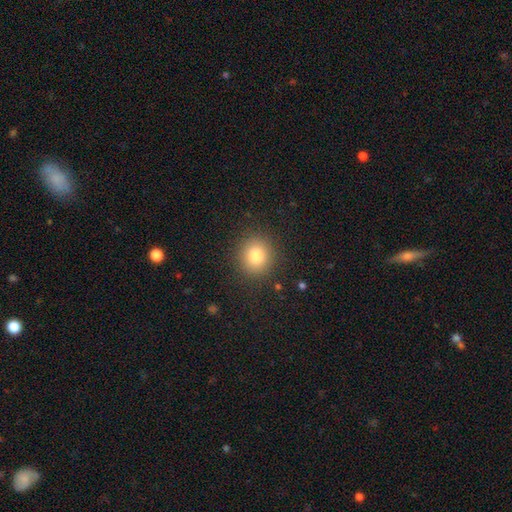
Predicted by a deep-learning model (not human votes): smooth-or-featured: smooth: 82% | star or artifact: 11% | featured or disk: 7%
  how-rounded: round: 84% | in between: 15% | cigar-shaped: 1%
  merging: none: 90% | minor disturbance: 7% | major disturbance: 2% | merger: 1%